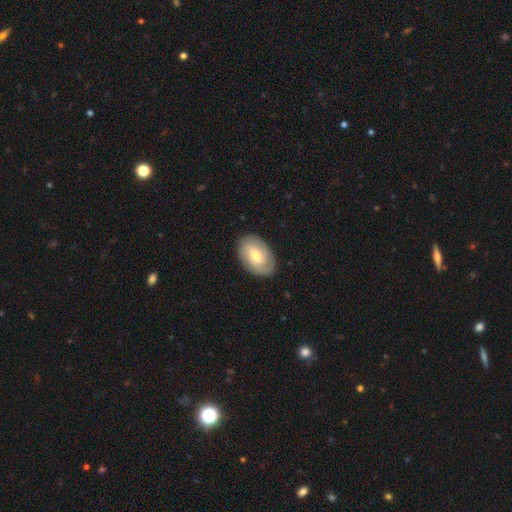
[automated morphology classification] This is possibly a featured or disk galaxy (57%). It is clearly not viewed edge-on (95%). Bar: possibly weak (48%). Spiral arm pattern: clearly yes (82%). Central bulge: possibly small (48%). Merging: clearly none (85%).